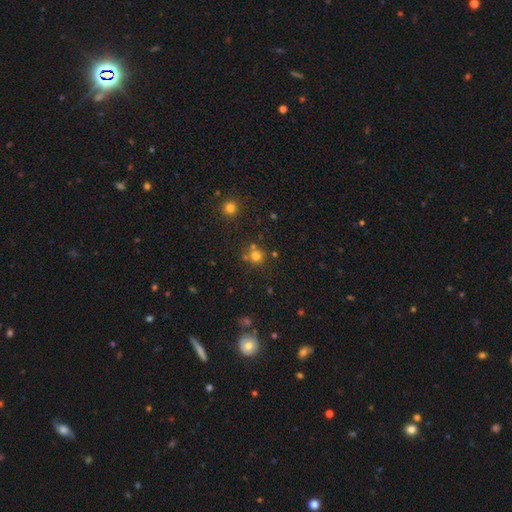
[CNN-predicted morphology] Smooth or featured: smooth — 73% (star or artifact — 19%)
How rounded: round — 91% (in between — 8%)
Merging: none — 68% (merger — 21%)